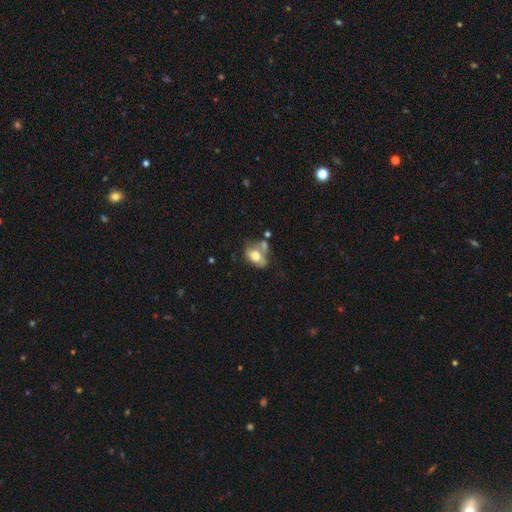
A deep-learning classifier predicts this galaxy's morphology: Smooth or featured? smooth (63%)
How rounded? in between (79%)
Merging? merger (34%)